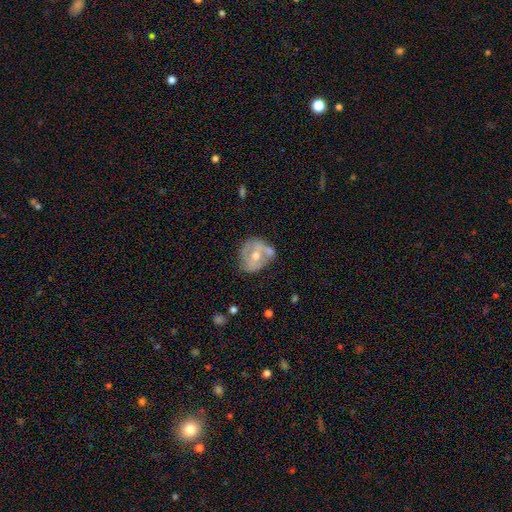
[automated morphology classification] Overall: featured or disk (63%; smooth 29%). Edge-on disk: no (96%). Bar: no (55%; weak 31%). Spiral arms: no (53%; yes 47%). Bulge size: moderate (70%). Merging: none (49%; merger 21%).